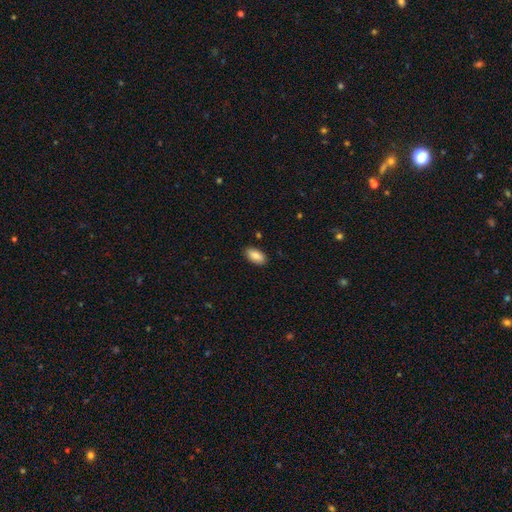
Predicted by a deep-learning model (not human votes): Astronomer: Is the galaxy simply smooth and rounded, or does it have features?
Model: smooth — 85%.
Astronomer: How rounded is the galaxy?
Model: in between — 93%.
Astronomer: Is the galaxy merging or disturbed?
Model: none — 88%.